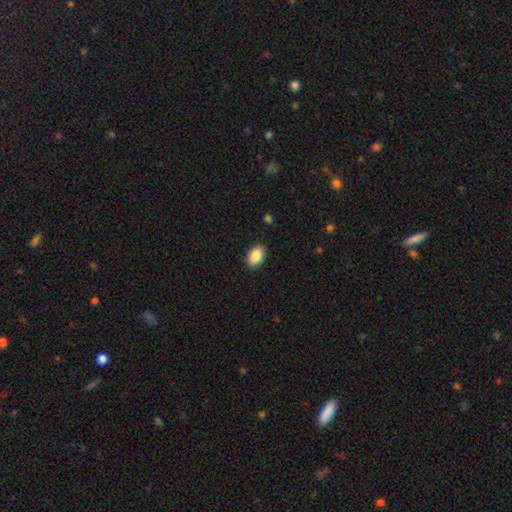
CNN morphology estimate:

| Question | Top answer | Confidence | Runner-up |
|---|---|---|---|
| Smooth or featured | smooth | 89% | star or artifact (7%) |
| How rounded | in between | 91% | round (8%) |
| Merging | none | 88% | minor disturbance (9%) |